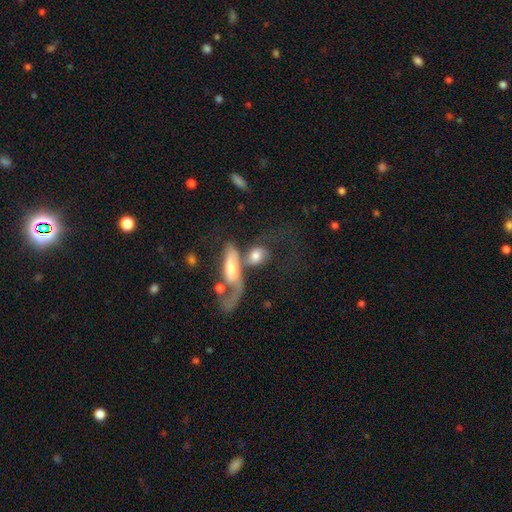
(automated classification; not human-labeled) Overall: smooth (57%; featured or disk 35%). How rounded: in between (64%; round 25%). Merging: merger (55%; none 20%).